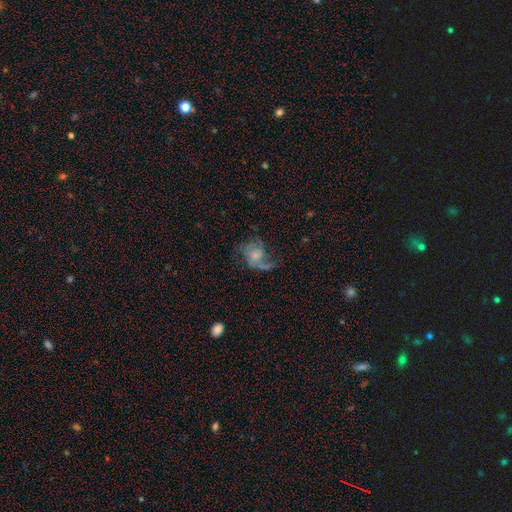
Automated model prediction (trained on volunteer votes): A featured or disk galaxy (65%) with no bar (71%), 1 (39%) loose (49%) spiral arms (83%) and a small central bulge (49%).

Vote fractions:
- Smooth or featured? featured or disk: 65% / smooth: 26% / star or artifact: 9%
- Edge-on disk? no: 98% / yes: 2%
- Bar? no: 71% / weak: 25% / strong: 4%
- Spiral arms? yes: 83% / no: 17%
- Spiral winding? loose: 49% / medium: 37% / tight: 14%
- Spiral arm count? 1: 39% / 2: 36% / can't tell: 14% / 3: 6% / 4: 2% / more than 4: 2%
- Bulge size? small: 49% / moderate: 30% / none: 14% / large: 5% / dominant: 2%
- Merging? major disturbance: 39% / none: 37% / minor disturbance: 21% / merger: 3%